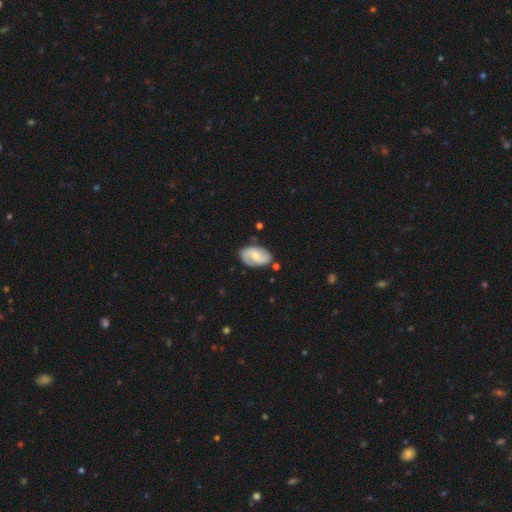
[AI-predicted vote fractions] Q: Smooth or featured?
A: featured or disk (67%); runner-up: smooth (28%)
Q: Edge-on disk?
A: no (97%); runner-up: yes (3%)
Q: Bar?
A: weak (46%); runner-up: no (41%)
Q: Spiral arms?
A: yes (91%); runner-up: no (9%)
Q: Spiral winding?
A: medium (43%); runner-up: loose (35%)
Q: Spiral arm count?
A: 2 (86%); runner-up: can't tell (7%)
Q: Bulge size?
A: small (50%); runner-up: moderate (38%)
Q: Merging?
A: none (78%); runner-up: minor disturbance (15%)